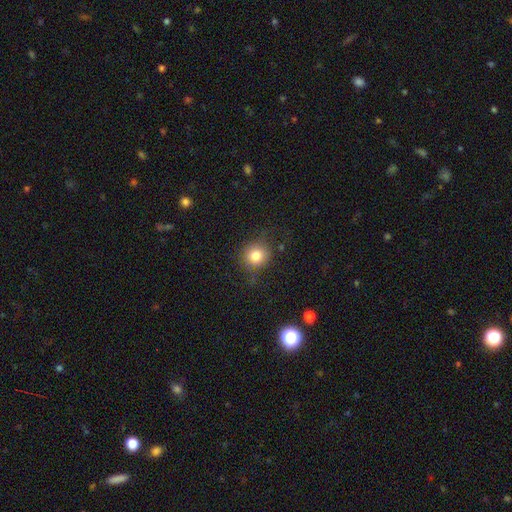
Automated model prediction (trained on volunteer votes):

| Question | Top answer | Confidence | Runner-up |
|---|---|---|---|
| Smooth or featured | smooth | 80% | star or artifact (12%) |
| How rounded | round | 85% | in between (14%) |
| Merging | none | 75% | minor disturbance (17%) |